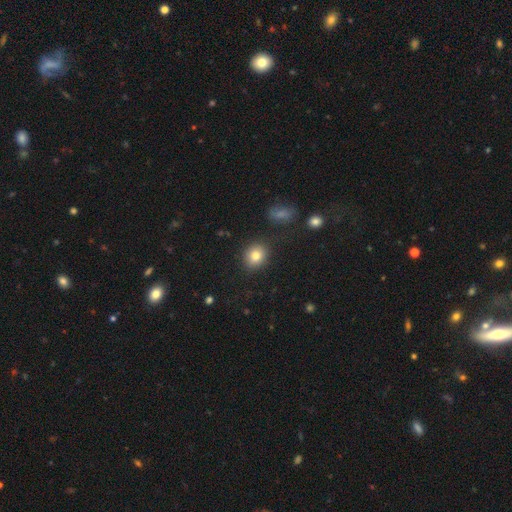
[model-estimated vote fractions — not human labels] Morphology: type=smooth (81%); roundness=round (70%); merging=none (85%).